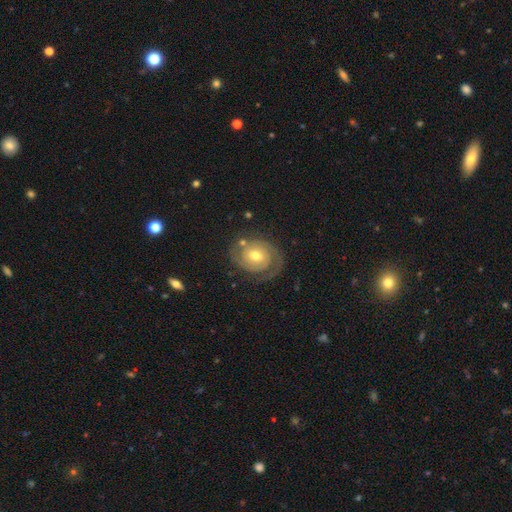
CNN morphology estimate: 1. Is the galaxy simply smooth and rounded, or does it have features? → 85% featured or disk, 10% smooth, 6% star or artifact.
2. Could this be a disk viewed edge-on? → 97% no, 3% yes.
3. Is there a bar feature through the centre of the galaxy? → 59% no, 32% weak, 9% strong.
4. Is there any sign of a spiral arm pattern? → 94% yes, 6% no.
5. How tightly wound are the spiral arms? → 68% tight, 25% medium, 7% loose.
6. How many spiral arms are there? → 72% 2, 12% 1, 9% can't tell, 3% 3, 1% 4, 1% more than 4.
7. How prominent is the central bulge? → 64% moderate, 30% small, 4% large, 1% none, 1% dominant.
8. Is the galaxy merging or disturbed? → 75% none, 14% minor disturbance, 8% major disturbance, 3% merger.